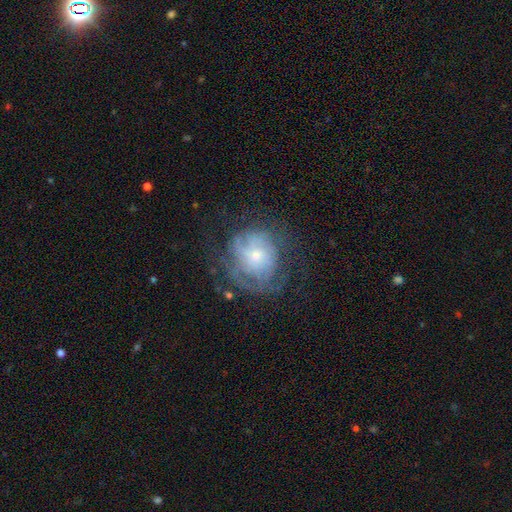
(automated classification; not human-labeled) A featured or disk galaxy (61%) with no bar (79%), spiral arms (65%) and a small central bulge (55%).

Vote fractions:
- Smooth or featured? featured or disk: 61% / smooth: 29% / star or artifact: 10%
- Edge-on disk? no: 97% / yes: 3%
- Bar? no: 79% / weak: 17% / strong: 3%
- Spiral arms? yes: 65% / no: 35%
- Bulge size? small: 55% / moderate: 36% / large: 5% / none: 3% / dominant: 1%
- Merging? none: 53% / major disturbance: 24% / minor disturbance: 21% / merger: 2%